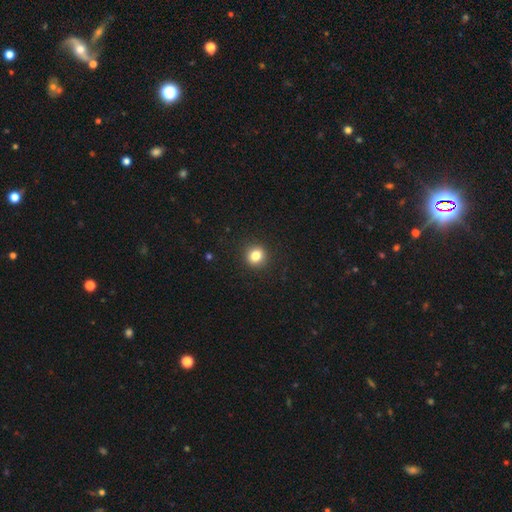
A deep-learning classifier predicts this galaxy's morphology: smooth_or_featured: smooth (p=0.82) [alt: star or artifact p=0.12]
how_rounded: round (p=0.86) [alt: in between p=0.13]
merging: none (p=0.92) [alt: minor disturbance p=0.05]